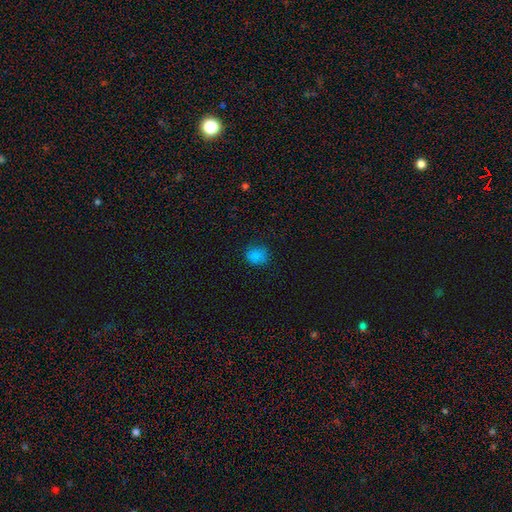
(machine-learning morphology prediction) This appears to be a smooth galaxy with no disk features (80%) that is round (70%). Merging: none (82%).